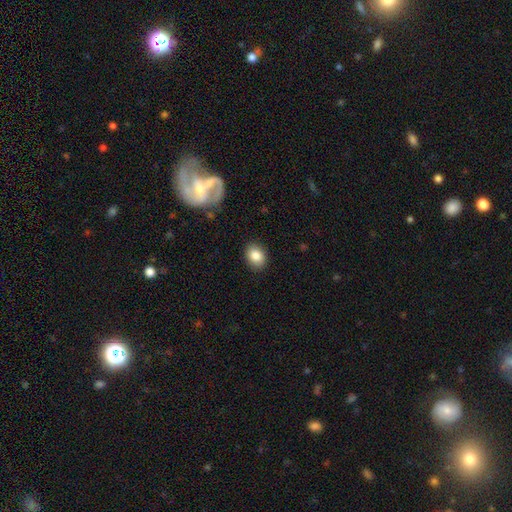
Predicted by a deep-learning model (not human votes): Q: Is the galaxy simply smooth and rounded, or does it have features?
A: smooth — 84%.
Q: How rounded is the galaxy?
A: in between — 57%.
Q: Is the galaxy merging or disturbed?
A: none — 89%.